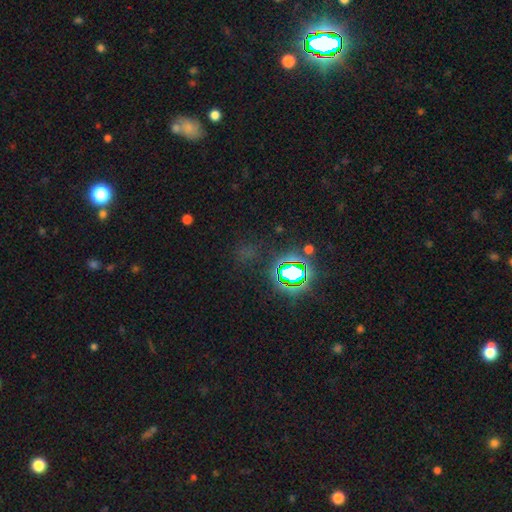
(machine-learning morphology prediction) A star or artifact, not a galaxy (74%).

Vote fractions:
- Smooth or featured? star or artifact: 74% / smooth: 18% / featured or disk: 8%